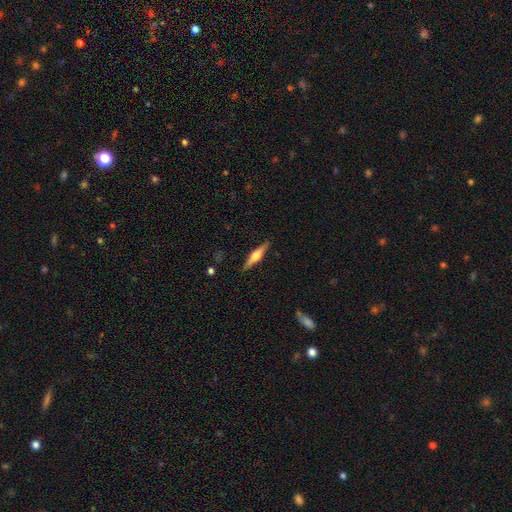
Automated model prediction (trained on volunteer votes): Smooth or featured?
  - featured or disk: 61% *
  - smooth: 33%
  - star or artifact: 6%
Edge-on disk?
  - yes: 97% *
  - no: 3%
Edge-on bulge?
  - rounded: 88% *
  - boxy: 9%
  - none: 3%
Merging?
  - none: 89% *
  - minor disturbance: 8%
  - major disturbance: 2%
  - merger: 1%